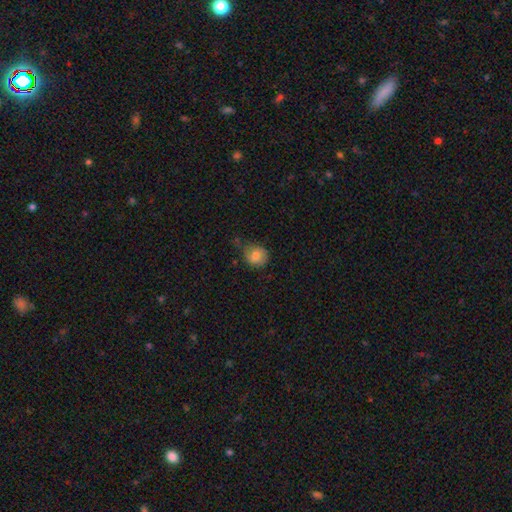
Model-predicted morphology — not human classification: A smooth galaxy with no disk features (80%) that is round (76%).

Vote fractions:
- Smooth or featured? smooth: 80% / featured or disk: 12% / star or artifact: 9%
- How rounded? round: 76% / in between: 23% / cigar-shaped: 1%
- Merging? none: 58% / minor disturbance: 29% / major disturbance: 10% / merger: 3%